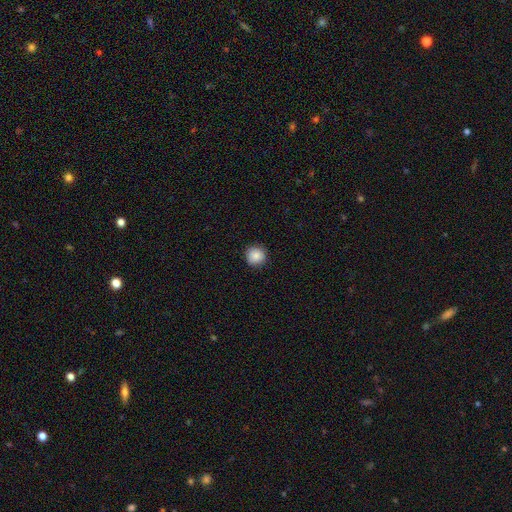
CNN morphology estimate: A smooth galaxy with no disk features (86%) that is round (95%). Merging: none (91%).